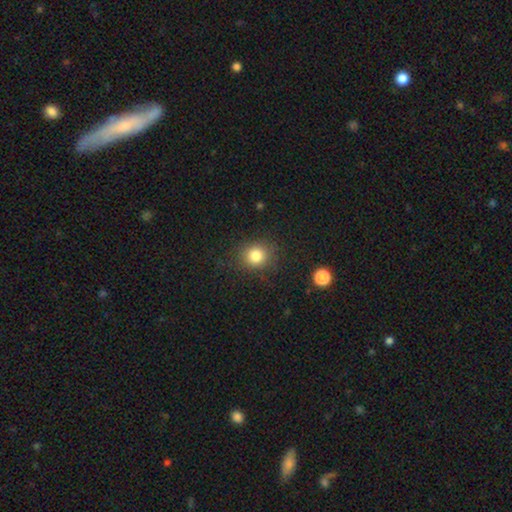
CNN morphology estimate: Smooth or featured?
  - smooth: 82% *
  - star or artifact: 12%
  - featured or disk: 6%
How rounded?
  - round: 80% *
  - in between: 19%
  - cigar-shaped: 1%
Merging?
  - none: 84% *
  - minor disturbance: 11%
  - major disturbance: 4%
  - merger: 1%